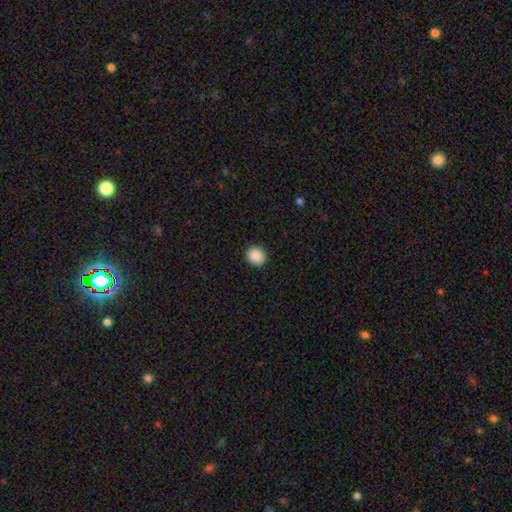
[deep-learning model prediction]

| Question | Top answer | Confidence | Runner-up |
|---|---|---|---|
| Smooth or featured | smooth | 89% | star or artifact (8%) |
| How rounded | round | 84% | in between (15%) |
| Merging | none | 92% | minor disturbance (6%) |